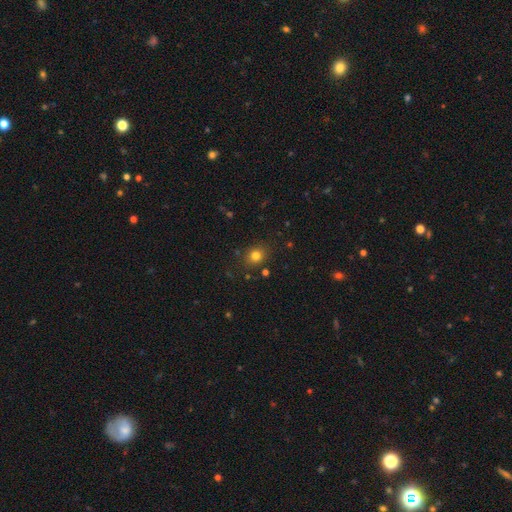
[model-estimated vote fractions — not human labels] Overall: smooth (78%). How rounded: round (71%). Merging: none (84%).